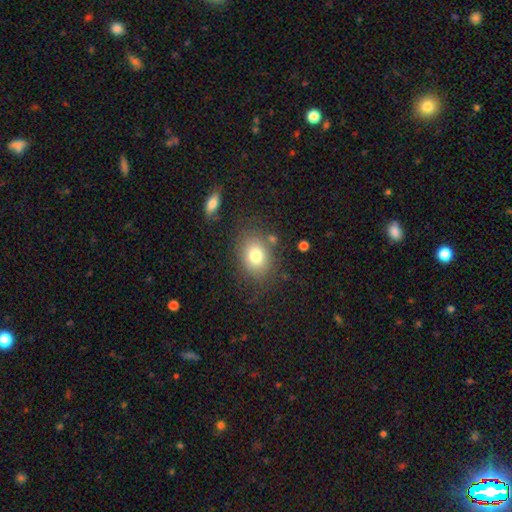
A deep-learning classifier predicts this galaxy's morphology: Smooth or featured?
  - smooth: 77% *
  - featured or disk: 12%
  - star or artifact: 11%
How rounded?
  - in between: 61% *
  - round: 38%
  - cigar-shaped: 1%
Merging?
  - none: 75% *
  - minor disturbance: 14%
  - major disturbance: 6%
  - merger: 5%